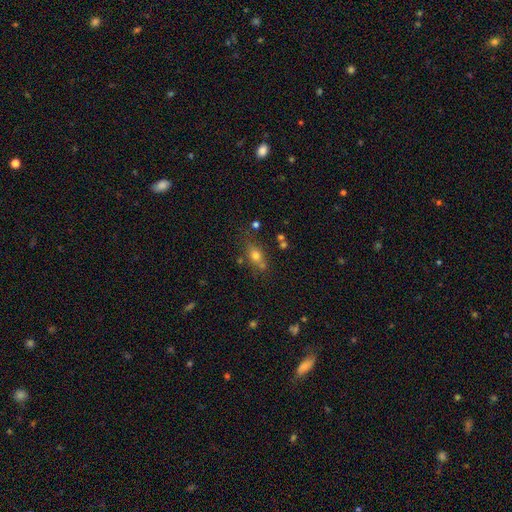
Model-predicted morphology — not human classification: A smooth galaxy with no disk features (68%) that is in between round and cigar-shaped (60%).

Vote fractions:
- Smooth or featured? smooth: 68% / star or artifact: 16% / featured or disk: 16%
- How rounded? in between: 60% / round: 33% / cigar-shaped: 7%
- Merging? none: 64% / minor disturbance: 16% / merger: 14% / major disturbance: 6%